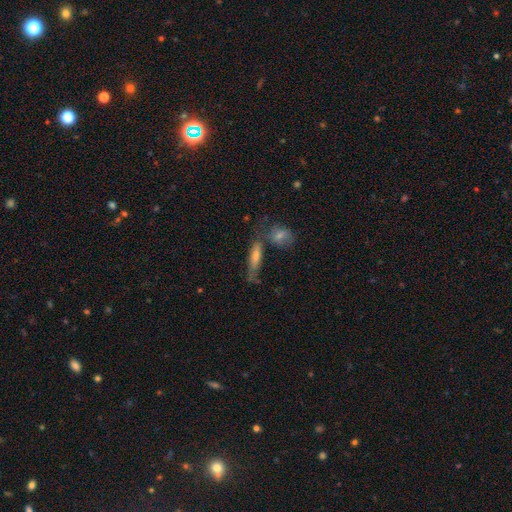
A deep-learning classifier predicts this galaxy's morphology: The model was most divided on "smooth or featured": smooth: 52%, featured or disk: 36%, star or artifact: 12%. More confident: how rounded — cigar-shaped (70%); merging — none (52%).